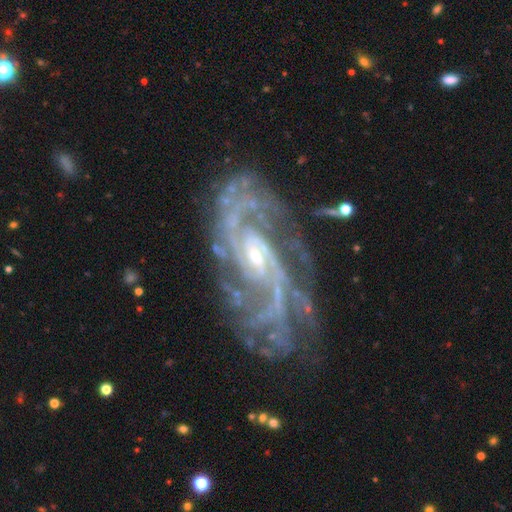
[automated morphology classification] Smooth or featured?
  - featured or disk: 91% *
  - star or artifact: 6%
  - smooth: 3%
Edge-on disk?
  - no: 95% *
  - yes: 5%
Bar?
  - no: 56% *
  - weak: 31%
  - strong: 13%
Spiral arms?
  - yes: 98% *
  - no: 2%
Spiral winding?
  - tight: 59% *
  - medium: 34%
  - loose: 7%
Spiral arm count?
  - can't tell: 20% * (tied)
  - 2: 20% * (tied)
  - 4: 19%
  - 3: 18%
  - more than 4: 14%
  - 1: 9%
Bulge size?
  - small: 66% *
  - moderate: 29%
  - none: 2%
  - large: 2%
  - dominant: 1%
Merging?
  - none: 76% *
  - minor disturbance: 15%
  - major disturbance: 7%
  - merger: 2%